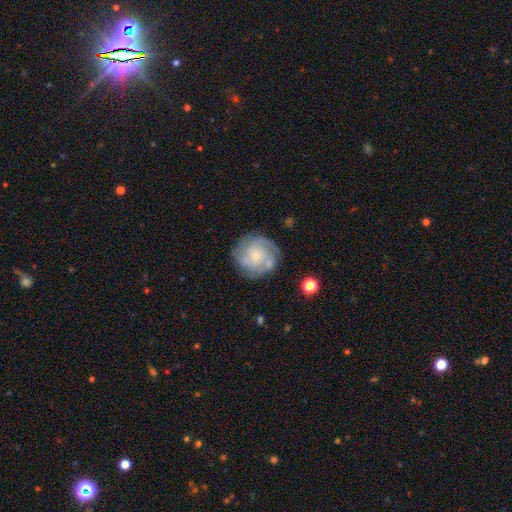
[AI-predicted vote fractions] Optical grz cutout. It shows a featured or disk galaxy (65%) with no bar (79%), tight (56%) spiral arms (87%) and a small central bulge (75%). Merging: none (72%).